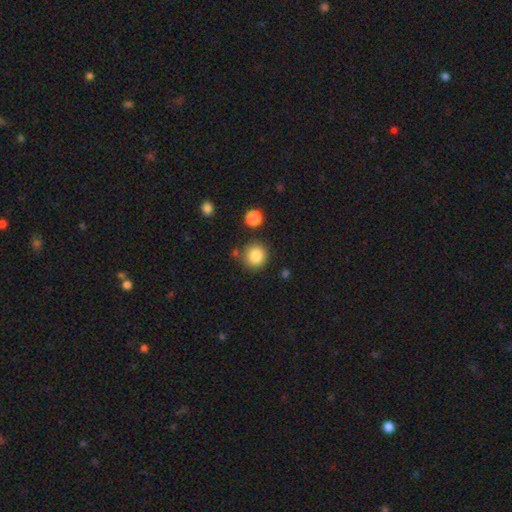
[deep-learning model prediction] Morphology: type=smooth (85%); roundness=round (92%); merging=none (80%).